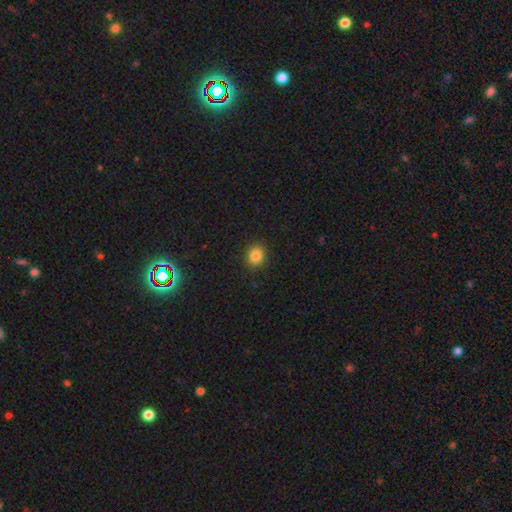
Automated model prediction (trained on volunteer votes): A smooth galaxy with no disk features (84%) that is round (71%). Merging: none (90%).